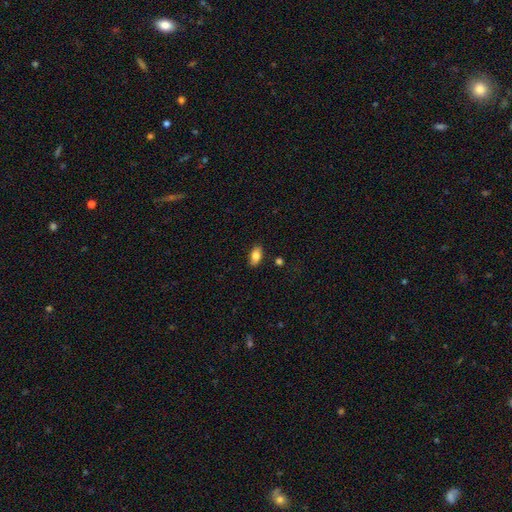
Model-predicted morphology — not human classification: smooth 83%, featured or disk 9%, star or artifact 8%. Down the decision tree: how rounded — in between (90%); merging — none (84%).